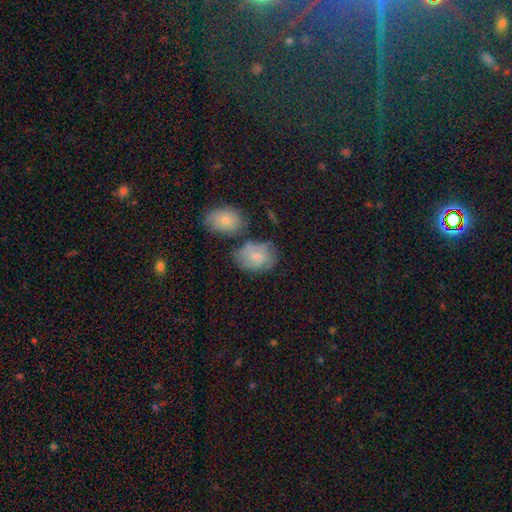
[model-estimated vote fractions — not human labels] smooth 63%, featured or disk 28%, star or artifact 9%. Down the decision tree: how rounded — in between (66%); merging — none (51%).